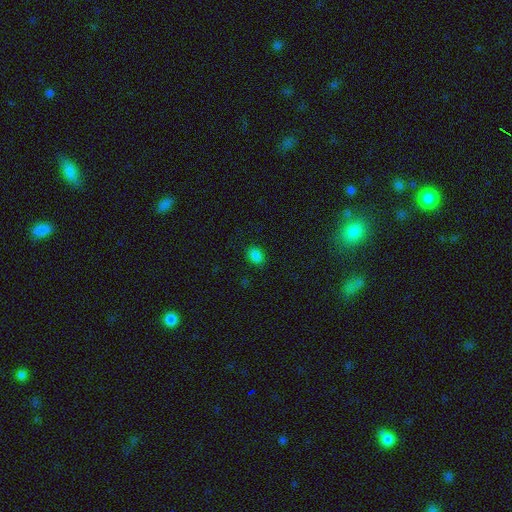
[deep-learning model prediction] smooth 83%, star or artifact 13%, featured or disk 4%. Down the decision tree: how rounded — in between (62%); merging — none (88%).